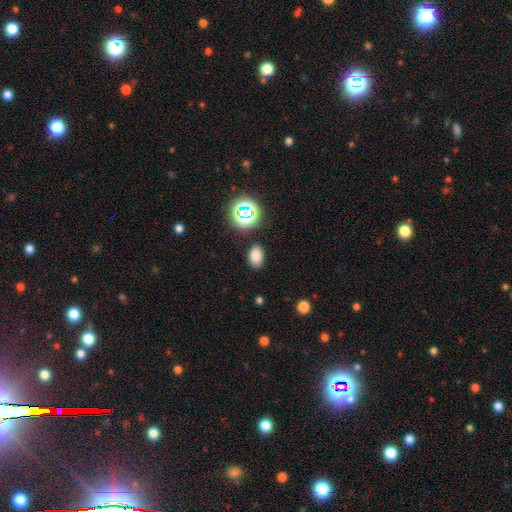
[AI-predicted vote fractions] smooth_or_featured: smooth (p=0.78) [alt: star or artifact p=0.16]
how_rounded: in between (p=0.85) [alt: round p=0.14]
merging: none (p=0.86) [alt: minor disturbance p=0.09]